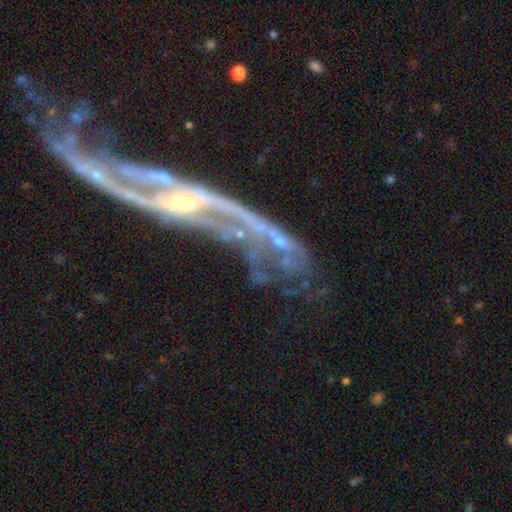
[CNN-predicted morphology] This appears to be a featured or disk galaxy (88%) with no bar (35%), 2 (82%) loose (71%) spiral arms (89%) and a small central bulge (59%). Merging: none (38%).